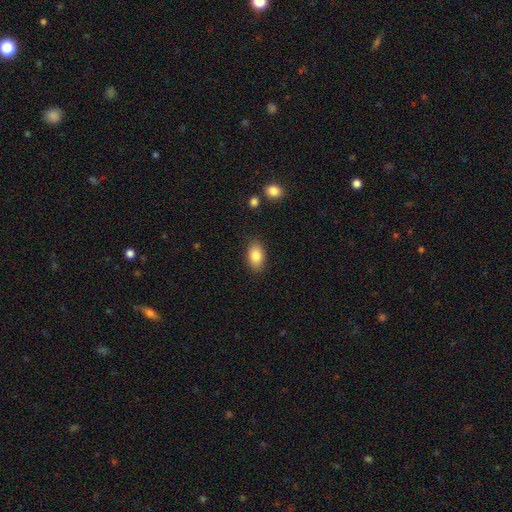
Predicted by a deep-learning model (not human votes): Smooth or featured: smooth — 84% (featured or disk — 8%)
How rounded: in between — 90% (round — 8%)
Merging: none — 85% (minor disturbance — 11%)